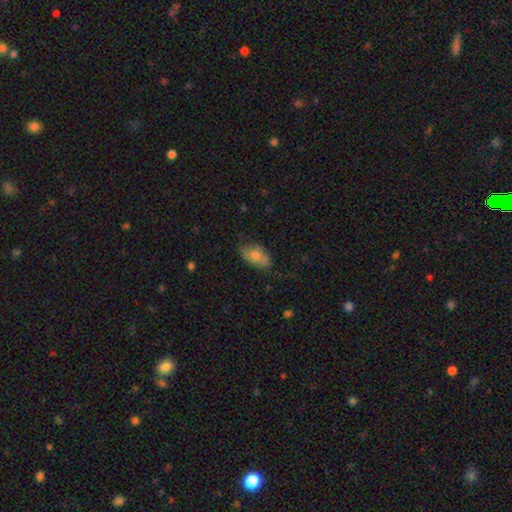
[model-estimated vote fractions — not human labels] A smooth galaxy with no disk features (67%) that is in between round and cigar-shaped (90%). Merging: none (67%).